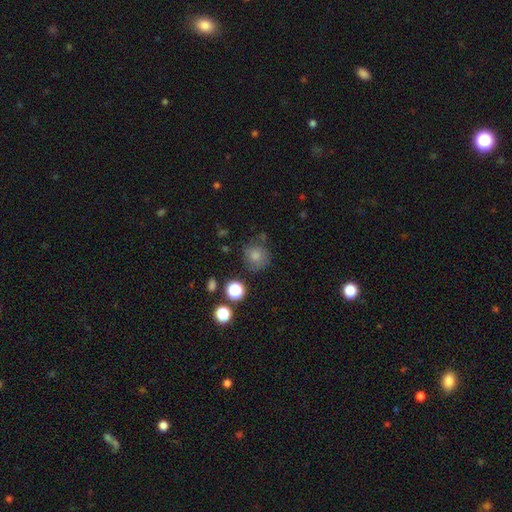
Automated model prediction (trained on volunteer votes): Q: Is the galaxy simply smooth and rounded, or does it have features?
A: smooth — 77%.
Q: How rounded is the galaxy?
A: round — 86%.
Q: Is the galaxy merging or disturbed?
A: none — 69%.